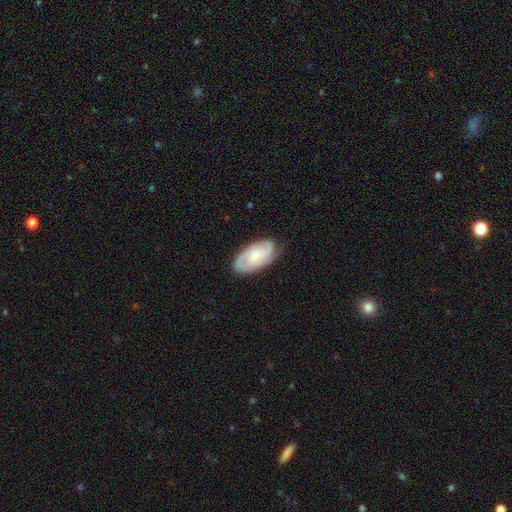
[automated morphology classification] The model was most divided on "spiral winding": tight: 53%, medium: 37%, loose: 10%. More confident: edge-on disk — no (95%); spiral arms — yes (94%); merging — none (77%); smooth or featured — featured or disk (70%); bar — no (69%); spiral arm count — 2 (57%); bulge size — small (56%).